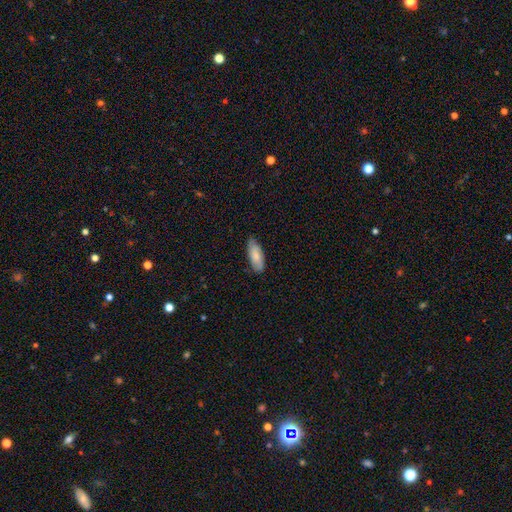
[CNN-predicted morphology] The model was most divided on "how rounded": in between: 78%, cigar-shaped: 20%, round: 2%. More confident: merging — none (79%); smooth or featured — smooth (78%).